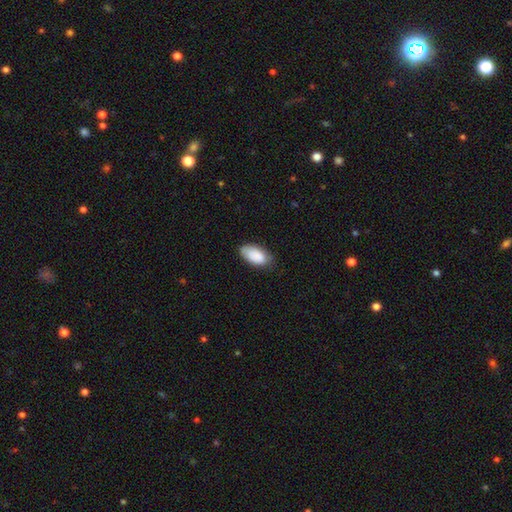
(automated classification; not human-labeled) Smooth or featured: smooth — 87% (featured or disk — 7%)
How rounded: in between — 94% (cigar-shaped — 3%)
Merging: none — 67% (minor disturbance — 26%)